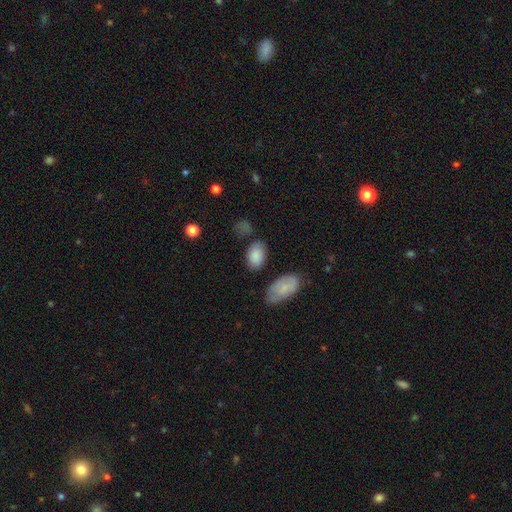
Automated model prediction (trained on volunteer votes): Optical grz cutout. It shows a smooth galaxy with no disk features (86%) that is in between round and cigar-shaped (90%). Merging: none (75%).